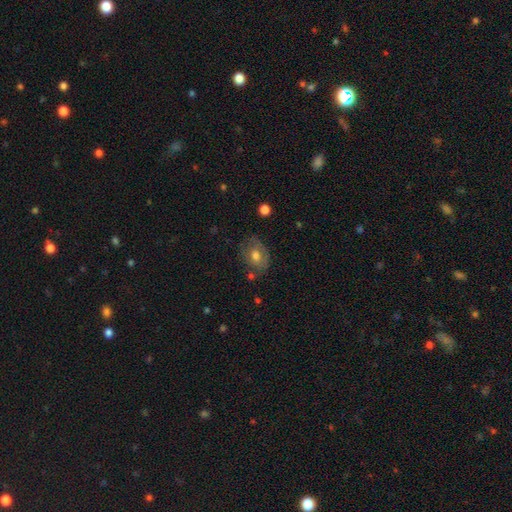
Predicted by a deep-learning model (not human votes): Overall: smooth (63%; featured or disk 29%). How rounded: in between (62%; round 37%). Merging: none (65%).